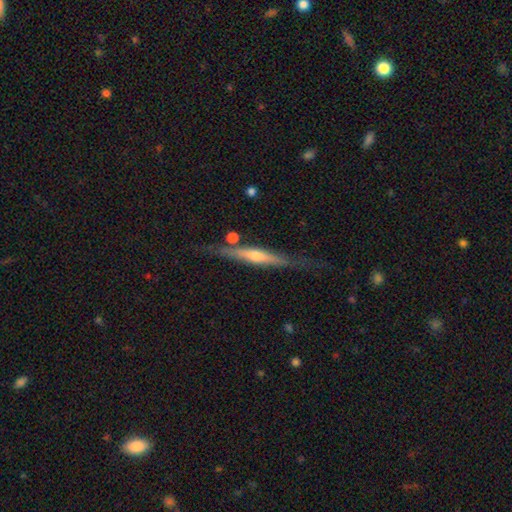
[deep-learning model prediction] Smooth or featured? featured or disk (72%)
Edge-on disk? yes (96%)
Edge-on bulge? rounded (73%)
Merging? none (75%)